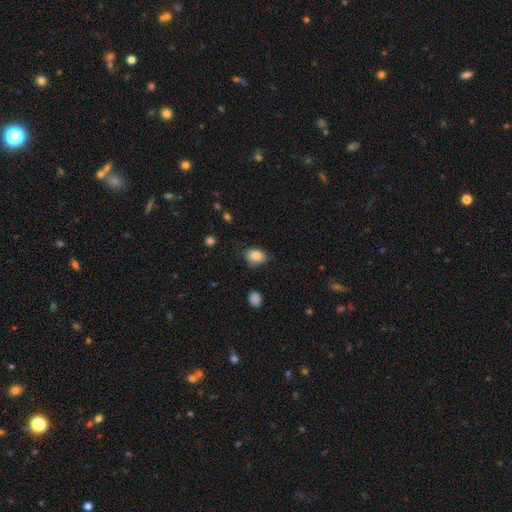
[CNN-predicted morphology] This is clearly a smooth galaxy (84%). How rounded: likely in between (73%). Merging: likely none (69%).